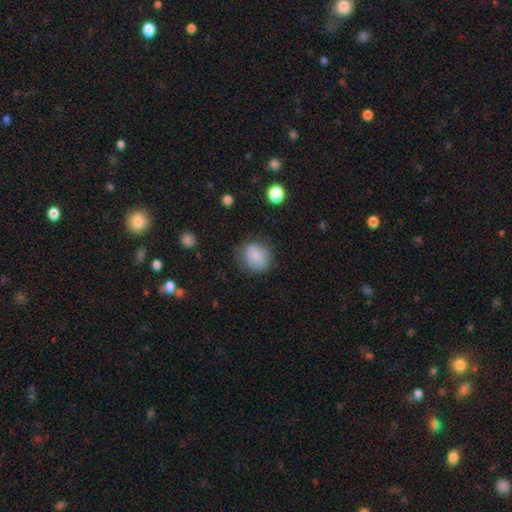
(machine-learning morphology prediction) Smooth or featured? smooth (85%)
How rounded? round (60%)
Merging? none (75%)